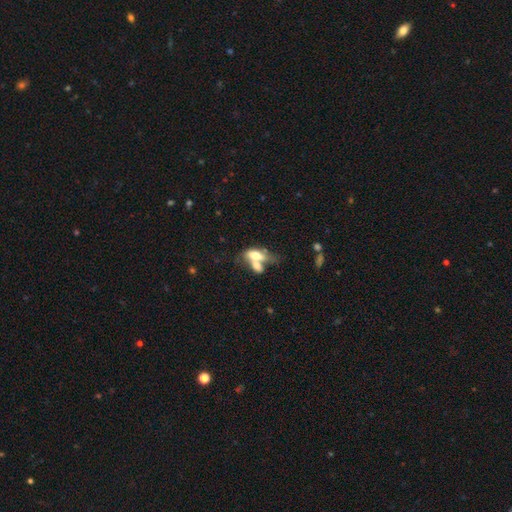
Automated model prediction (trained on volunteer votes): smooth 60%, featured or disk 32%, star or artifact 8%. Down the decision tree: how rounded — in between (78%); merging — merger (66%).